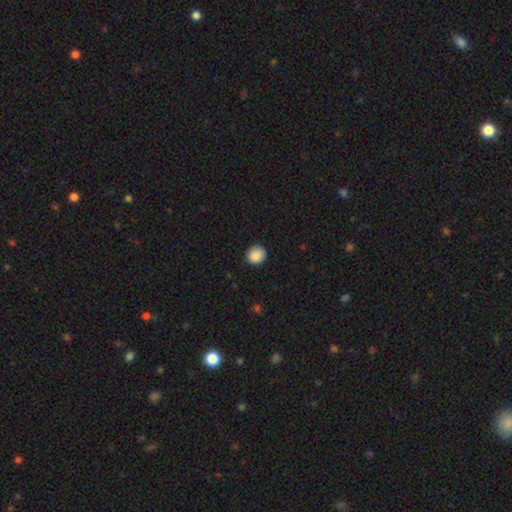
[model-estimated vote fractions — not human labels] Smooth or featured: smooth — 89% (star or artifact — 9%)
How rounded: round — 91% (in between — 8%)
Merging: none — 88% (minor disturbance — 9%)